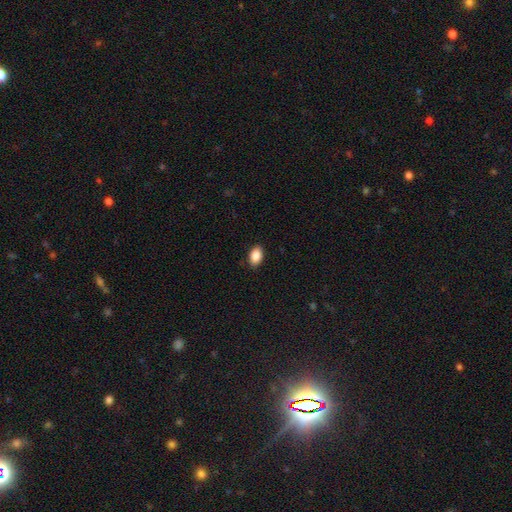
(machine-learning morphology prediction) Smooth or featured? smooth (89%)
How rounded? in between (90%)
Merging? none (89%)